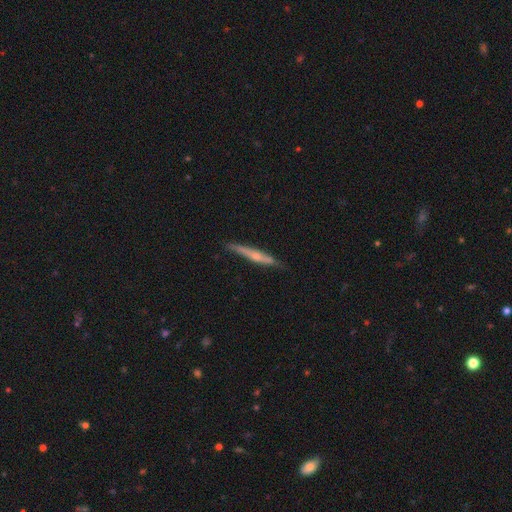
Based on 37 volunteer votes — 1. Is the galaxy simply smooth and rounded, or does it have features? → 59% featured or disk, 41% smooth, 0% star or artifact.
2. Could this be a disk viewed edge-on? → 100% yes, 0% no.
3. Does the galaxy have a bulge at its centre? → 68% rounded, 32% none, 0% boxy.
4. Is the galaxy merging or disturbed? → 78% none, 16% minor disturbance, 3% major disturbance, 3% merger.